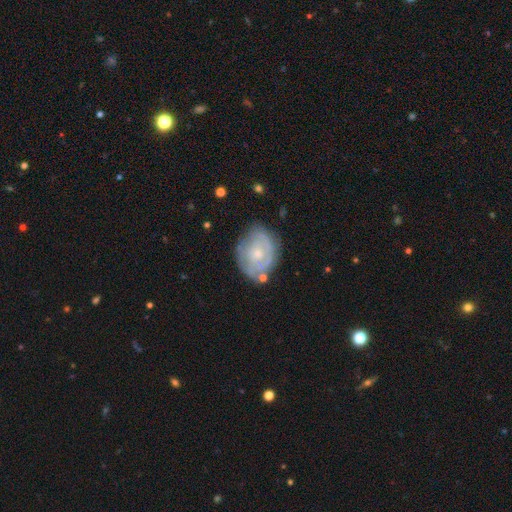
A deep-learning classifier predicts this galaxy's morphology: type=featured or disk (72%); edge-on=no (97%); bar=no (80%); spiral arms=yes (78%); winding=tight (70%); arm count=can't tell (46%); bulge=small (62%); merging=none (69%).